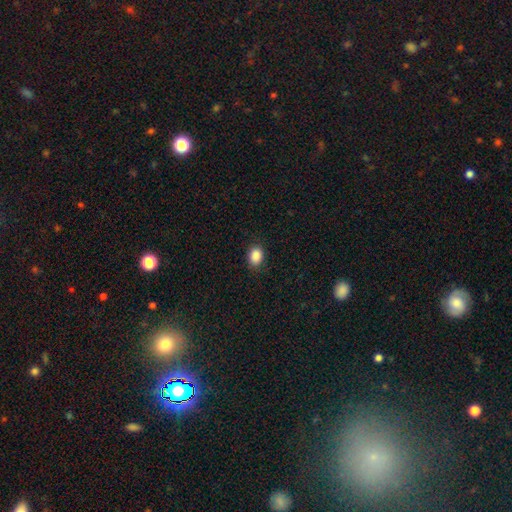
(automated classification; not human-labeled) Overall: smooth (88%). How rounded: in between (64%; round 35%). Merging: none (87%).